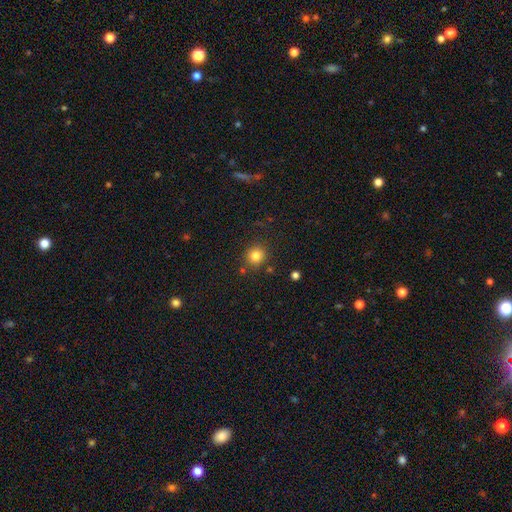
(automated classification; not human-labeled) Smooth or featured? Predicted: smooth (p=0.81). How rounded? Predicted: round (p=0.89). Merging? Predicted: none (p=0.84).